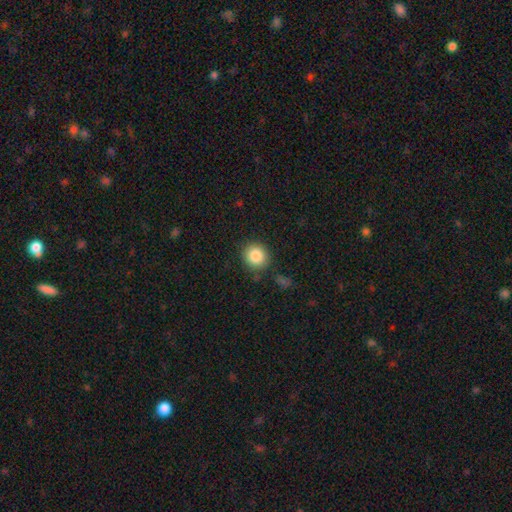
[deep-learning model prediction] smooth 86%, star or artifact 9%, featured or disk 5%. Down the decision tree: how rounded — round (89%); merging — none (86%).